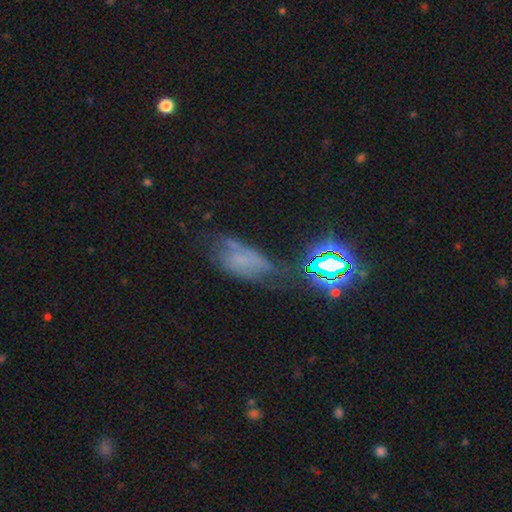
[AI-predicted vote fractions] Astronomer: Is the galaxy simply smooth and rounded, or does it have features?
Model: star or artifact — 42% (runner-up: smooth, 30%).